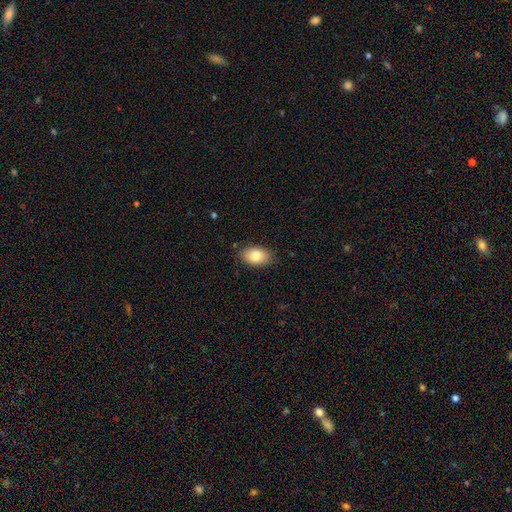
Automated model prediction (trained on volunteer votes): smooth-or-featured: smooth: 83% | featured or disk: 10% | star or artifact: 7%
  how-rounded: in between: 91% | round: 8% | cigar-shaped: 1%
  merging: none: 85% | minor disturbance: 12% | major disturbance: 2% | merger: 1%